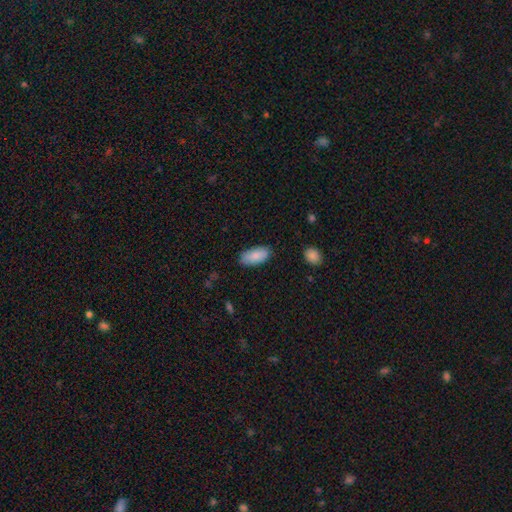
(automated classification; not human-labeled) Smooth or featured? smooth (87%)
How rounded? in between (92%)
Merging? none (83%)